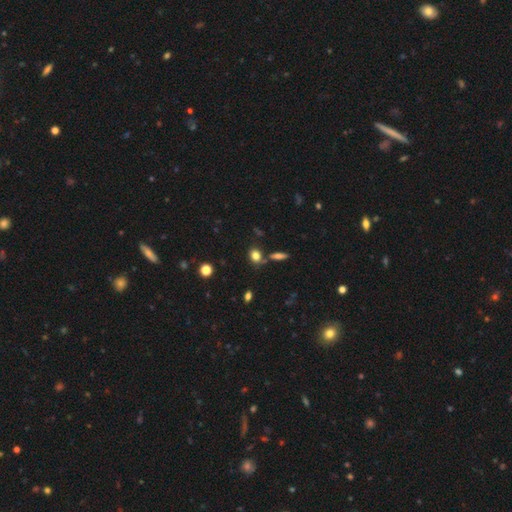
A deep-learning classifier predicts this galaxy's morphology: smooth_or_featured: smooth (p=0.79) [alt: star or artifact p=0.13]
how_rounded: round (p=0.50) [alt: in between p=0.47]
merging: none (p=0.71) [alt: merger p=0.14]